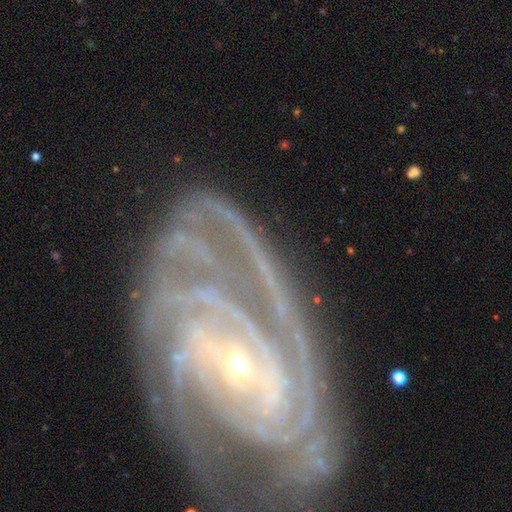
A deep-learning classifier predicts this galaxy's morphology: smooth-or-featured: featured or disk: 82% | star or artifact: 11% | smooth: 8%
  disk-edge-on: no: 93% | yes: 7%
    bar: no: 44% | strong: 29% | weak: 28%
    has-spiral-arms: yes: 92% | no: 8%
      spiral-winding: tight: 65% | medium: 26% | loose: 8%
      spiral-arm-count: can't tell: 24% | 2: 23% | 3: 20% | 4: 12% | more than 4: 10% | 1: 10%
    bulge-size: small: 67% | moderate: 28% | large: 2% | none: 2% | dominant: 1%
  merging: none: 66% | minor disturbance: 18% | major disturbance: 13% | merger: 4%